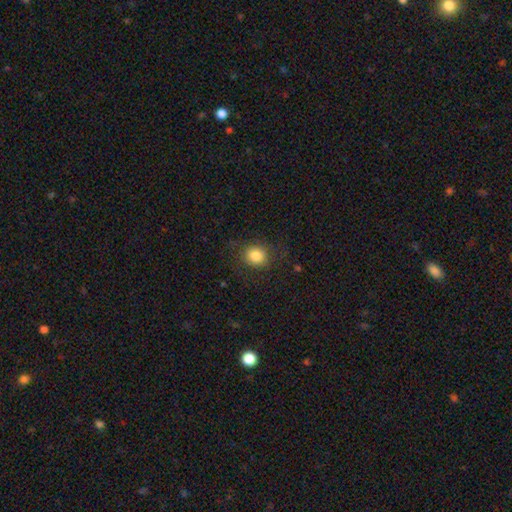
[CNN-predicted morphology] Overall: smooth (83%). How rounded: round (76%). Merging: none (80%).